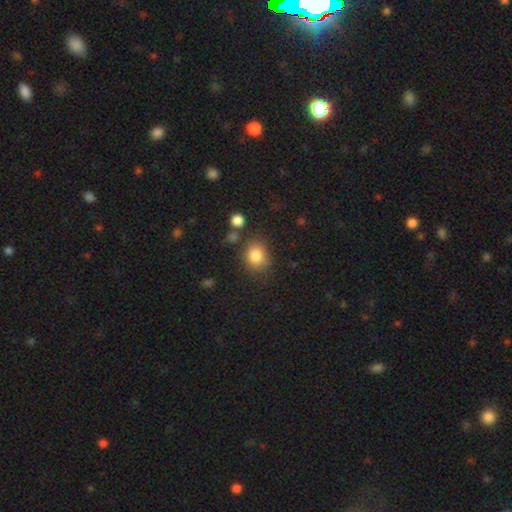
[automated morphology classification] Smooth or featured? smooth (84%)
How rounded? round (61%)
Merging? none (75%)